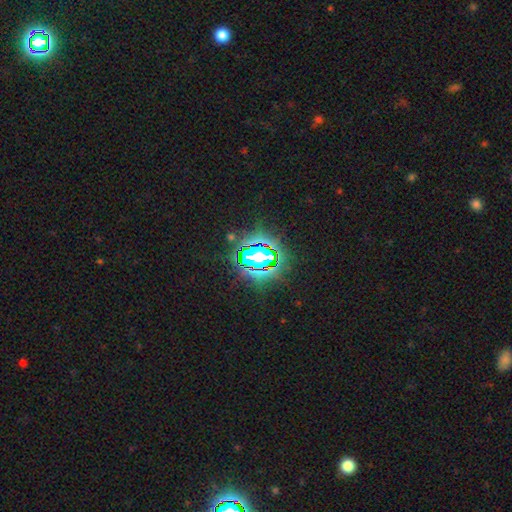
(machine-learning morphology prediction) This is clearly a star or artifact rather than a galaxy (82%).